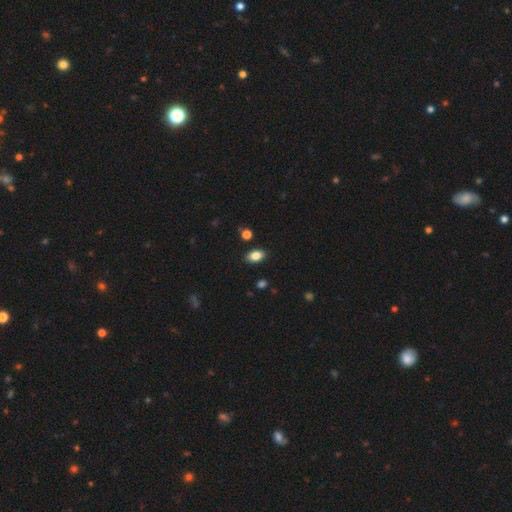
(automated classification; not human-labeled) Smooth or featured: smooth — 84% (star or artifact — 9%)
How rounded: in between — 87% (round — 11%)
Merging: none — 88% (minor disturbance — 8%)